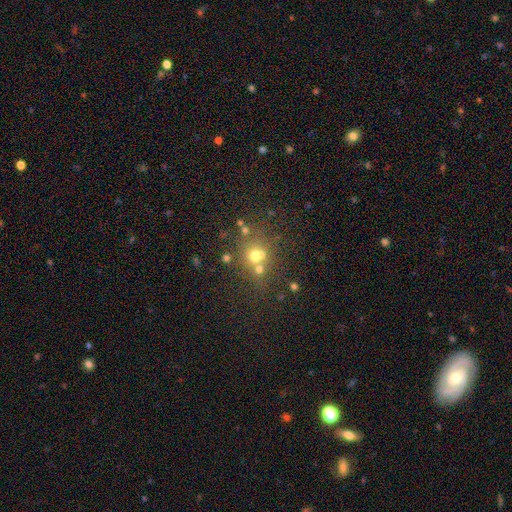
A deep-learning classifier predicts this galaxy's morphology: Smooth or featured? Predicted: smooth (p=0.58). How rounded? Predicted: round (p=0.83). Merging? Predicted: none (p=0.50).